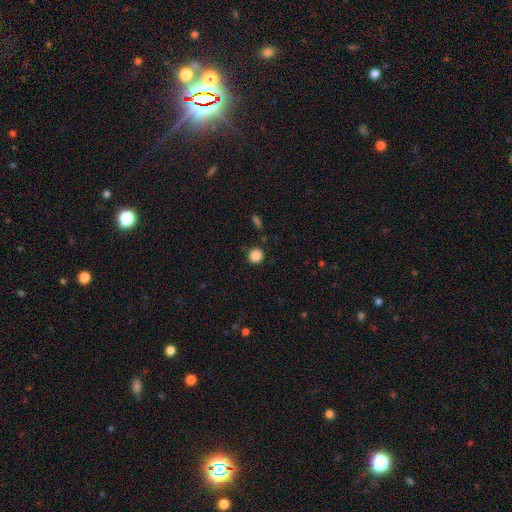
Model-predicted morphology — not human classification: type=smooth (87%); roundness=round (91%); merging=none (89%).